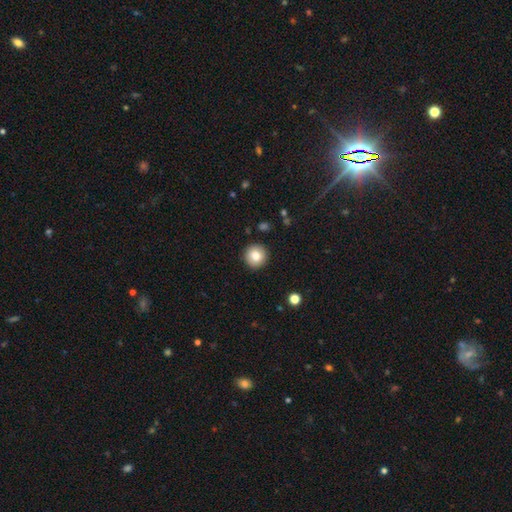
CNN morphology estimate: Overall: smooth (81%). How rounded: round (95%). Merging: none (92%).